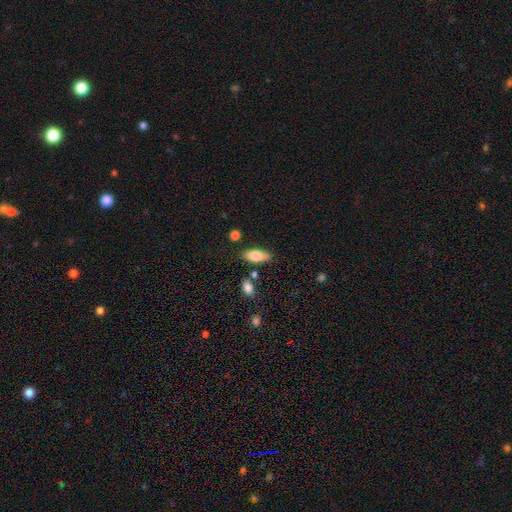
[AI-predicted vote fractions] A smooth galaxy with no disk features (78%) that is in between round and cigar-shaped (74%).

Vote fractions:
- Smooth or featured? smooth: 78% / featured or disk: 16% / star or artifact: 7%
- How rounded? in between: 74% / cigar-shaped: 23% / round: 3%
- Merging? none: 77% / minor disturbance: 14% / merger: 6% / major disturbance: 3%